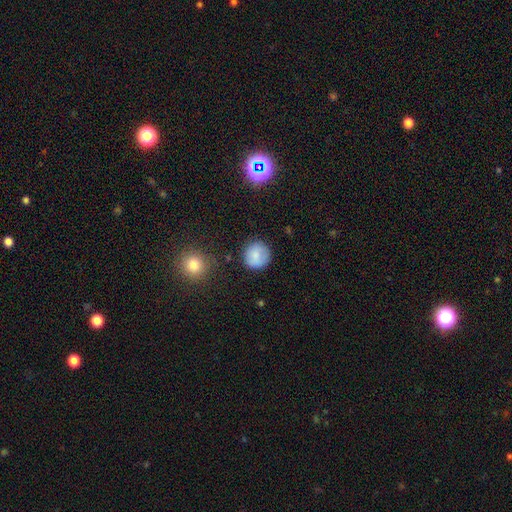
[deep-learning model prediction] Smooth or featured?
  - smooth: 83% *
  - featured or disk: 8%
  - star or artifact: 8%
How rounded?
  - round: 93% *
  - in between: 6%
  - cigar-shaped: 1%
Merging?
  - none: 82% *
  - minor disturbance: 13%
  - major disturbance: 4%
  - merger: 2%